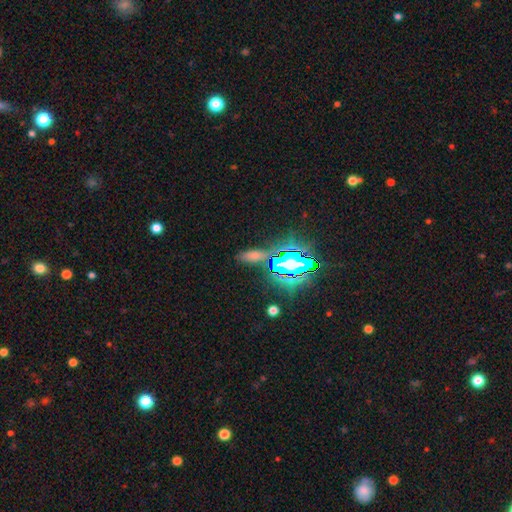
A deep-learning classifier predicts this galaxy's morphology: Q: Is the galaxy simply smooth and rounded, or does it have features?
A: smooth — 53%.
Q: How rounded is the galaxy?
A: in between — 61%.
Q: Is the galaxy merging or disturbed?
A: none — 76%.